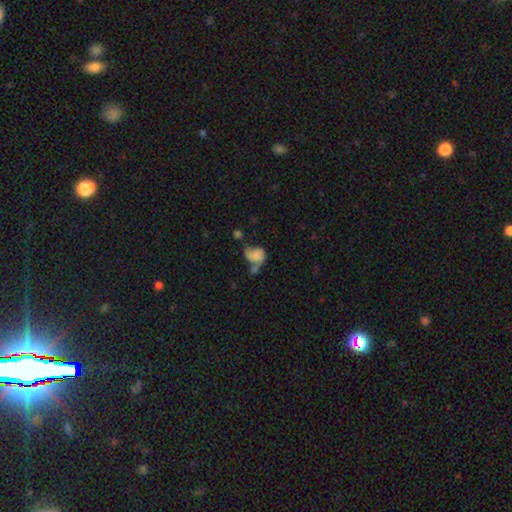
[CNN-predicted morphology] Smooth or featured? smooth (54%)
How rounded? in between (63%)
Merging? merger (29%)